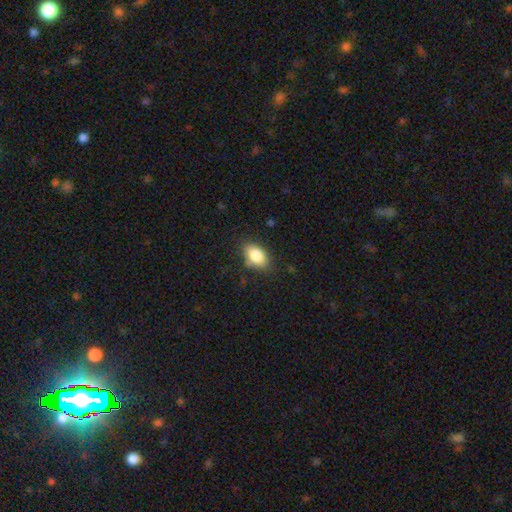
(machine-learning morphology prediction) Overall: smooth (84%). How rounded: in between (87%). Merging: none (78%).